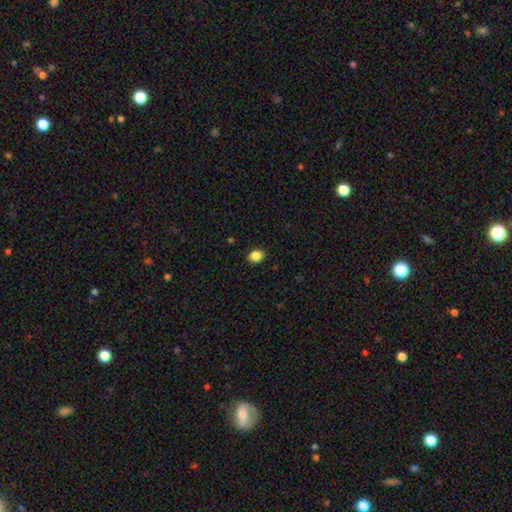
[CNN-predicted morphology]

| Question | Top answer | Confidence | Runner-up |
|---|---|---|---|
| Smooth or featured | smooth | 87% | star or artifact (9%) |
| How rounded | in between | 57% | round (42%) |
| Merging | none | 90% | minor disturbance (7%) |